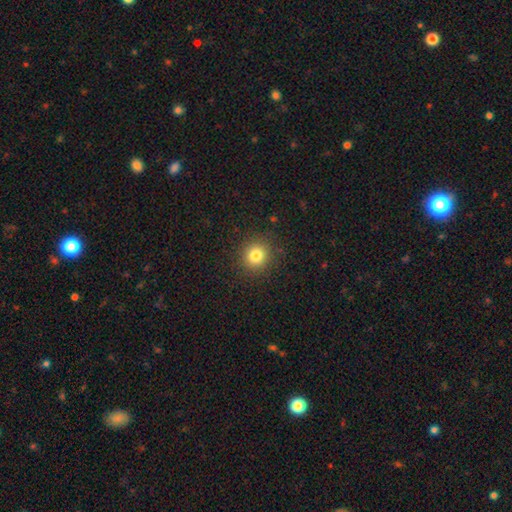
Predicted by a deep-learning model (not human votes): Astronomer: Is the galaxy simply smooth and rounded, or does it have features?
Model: smooth — 81%.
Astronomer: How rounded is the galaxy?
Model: round — 86%.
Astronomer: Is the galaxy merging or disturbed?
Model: none — 89%.